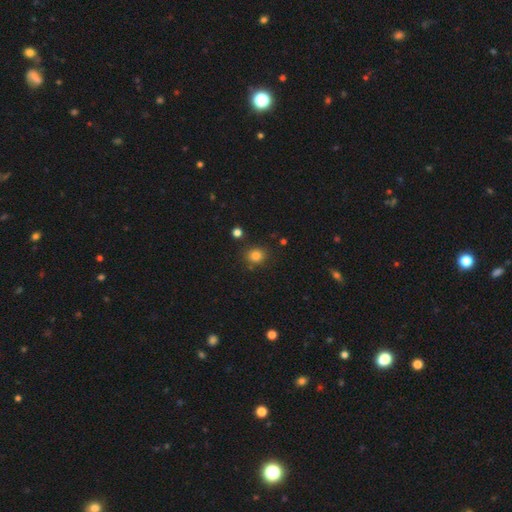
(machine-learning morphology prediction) This is clearly a smooth galaxy (82%). How rounded: likely round (76%). Merging: clearly none (82%).